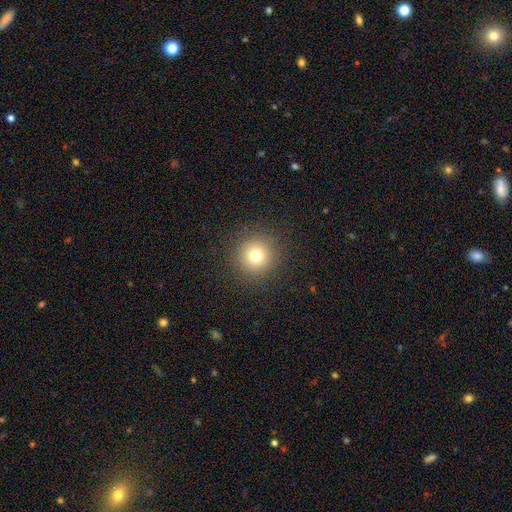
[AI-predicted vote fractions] Morphology: type=smooth (76%); roundness=round (95%); merging=none (91%).